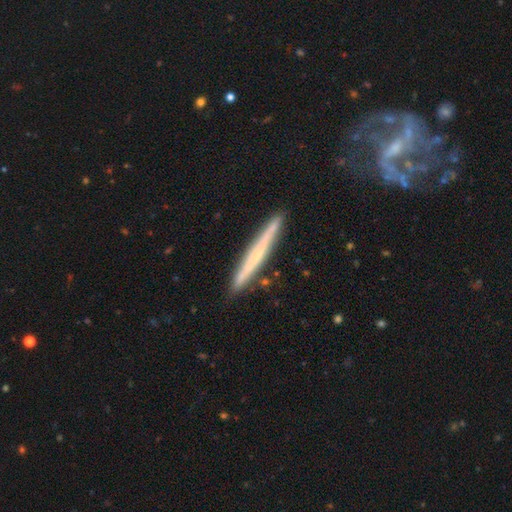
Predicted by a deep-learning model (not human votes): Smooth or featured: featured or disk — 52% (smooth — 42%)
Edge-on disk: yes — 96% (no — 4%)
Merging: none — 88% (minor disturbance — 9%)